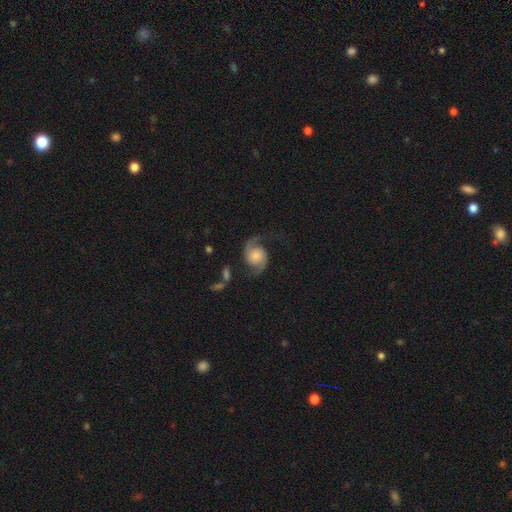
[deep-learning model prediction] Smooth or featured: featured or disk — 85% (smooth — 9%)
Edge-on disk: no — 98% (yes — 2%)
Bar: no — 73% (weak — 22%)
Spiral arms: yes — 97% (no — 3%)
Spiral winding: loose — 53% (medium — 37%)
Spiral arm count: 2 — 92% (1 — 3%)
Bulge size: moderate — 30% (small — 29%)
Merging: none — 67% (minor disturbance — 16%)